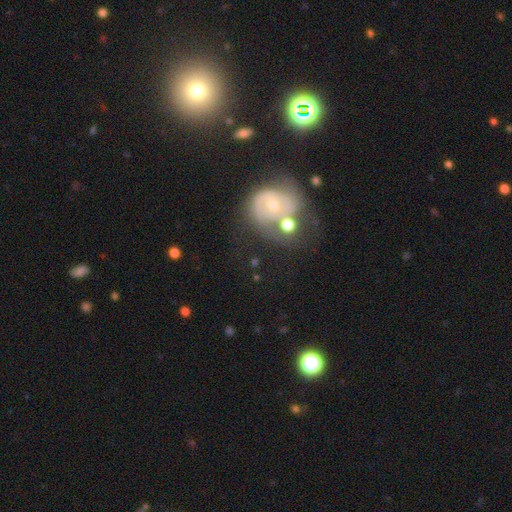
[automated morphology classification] The model was most divided on "merging": none: 46%, minor disturbance: 18%, merger: 18%, major disturbance: 17%. More confident: edge-on disk — no (95%); spiral arms — yes (71%); bar — no (69%); bulge size — small (61%); smooth or featured — featured or disk (57%).